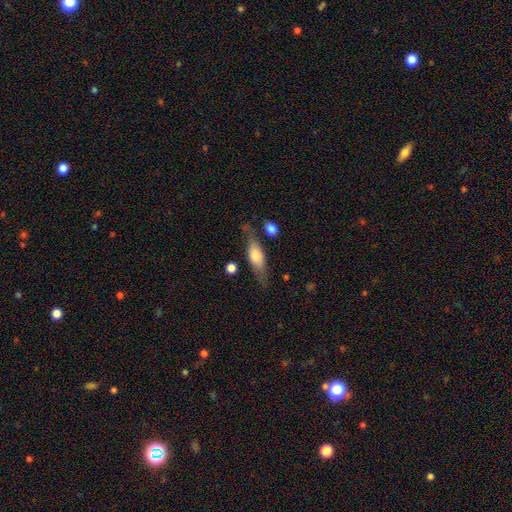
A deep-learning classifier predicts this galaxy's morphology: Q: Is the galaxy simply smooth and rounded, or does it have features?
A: smooth — 61%.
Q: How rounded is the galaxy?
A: in between — 56%.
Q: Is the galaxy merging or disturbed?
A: none — 69%.